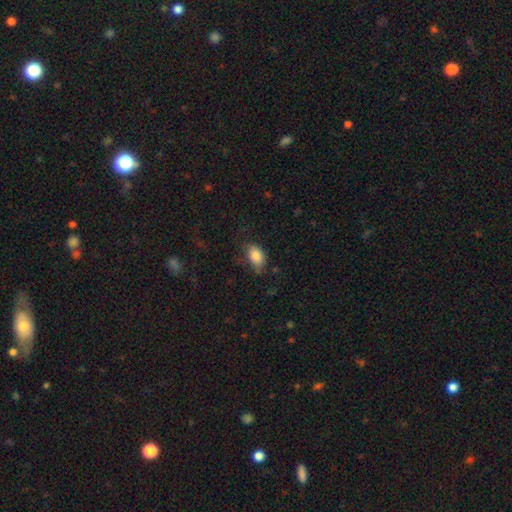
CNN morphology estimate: type=smooth (85%); roundness=in between (88%); merging=none (63%).